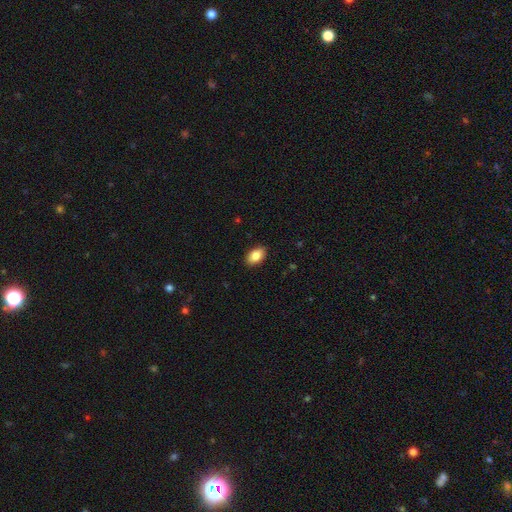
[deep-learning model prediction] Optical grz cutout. It shows a smooth galaxy with no disk features (86%) that is in between round and cigar-shaped (91%). Merging: none (90%).